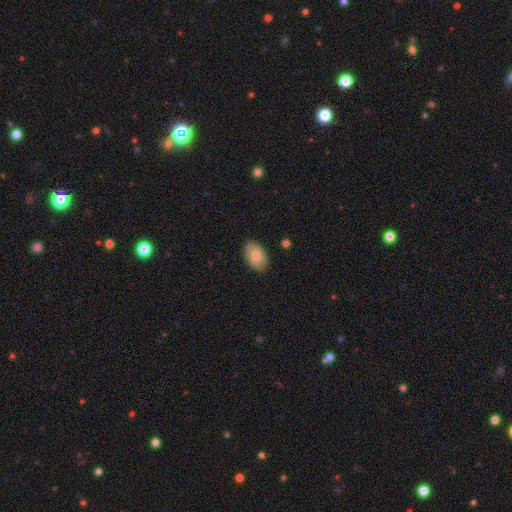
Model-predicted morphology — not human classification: The model was most divided on "smooth or featured": smooth: 78%, featured or disk: 16%, star or artifact: 7%. More confident: how rounded — in between (89%); merging — none (84%).